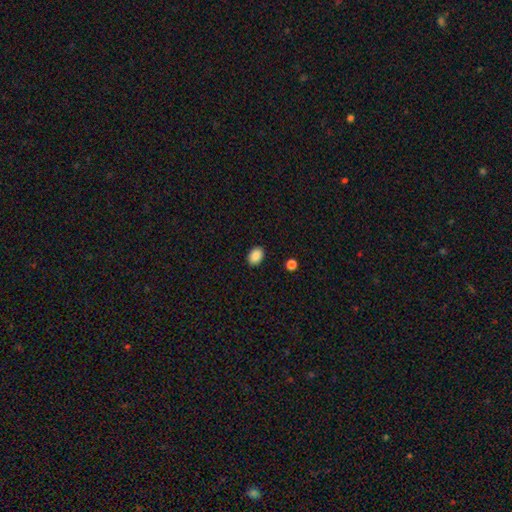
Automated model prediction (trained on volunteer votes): This appears to be a smooth galaxy with no disk features (89%) that is in between round and cigar-shaped (75%). Merging: none (89%).